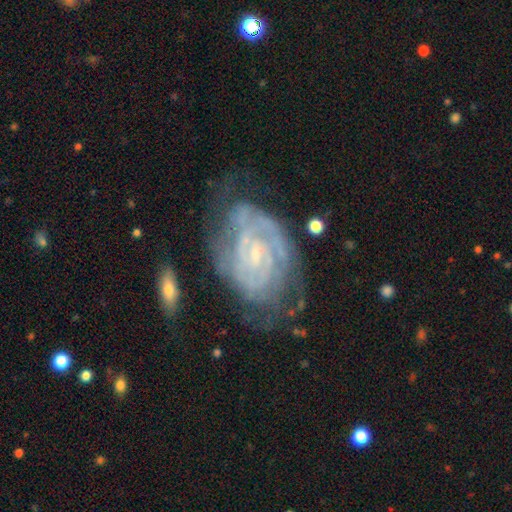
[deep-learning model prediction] Smooth or featured?
  - featured or disk: 86% *
  - smooth: 8%
  - star or artifact: 6%
Edge-on disk?
  - no: 97% *
  - yes: 3%
Bar?
  - weak: 44% *
  - no: 43%
  - strong: 13%
Spiral arms?
  - yes: 94% *
  - no: 6%
Spiral winding?
  - tight: 72% *
  - medium: 23%
  - loose: 5%
Spiral arm count?
  - can't tell: 36% *
  - 2: 34%
  - 3: 14%
  - 4: 7%
  - 1: 5%
  - more than 4: 5%
Bulge size?
  - small: 69% *
  - moderate: 17%
  - none: 11%
  - large: 1%
  - dominant: 1%
Merging?
  - none: 57% *
  - minor disturbance: 25%
  - major disturbance: 15%
  - merger: 4%